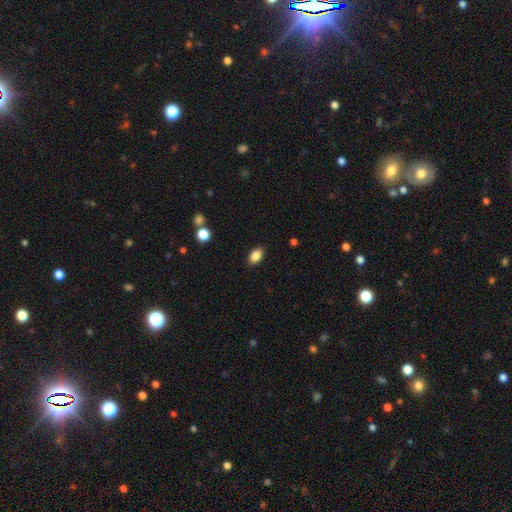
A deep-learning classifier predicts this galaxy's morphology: Overall: smooth (86%). How rounded: in between (88%). Merging: none (88%).